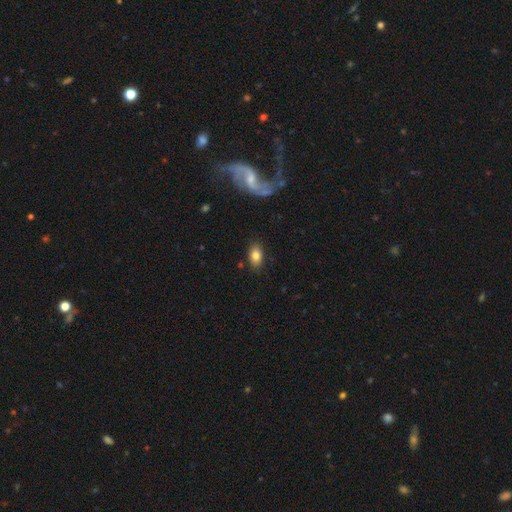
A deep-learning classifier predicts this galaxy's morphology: This is clearly a smooth galaxy (80%). How rounded: clearly in between (90%). Merging: clearly none (84%).